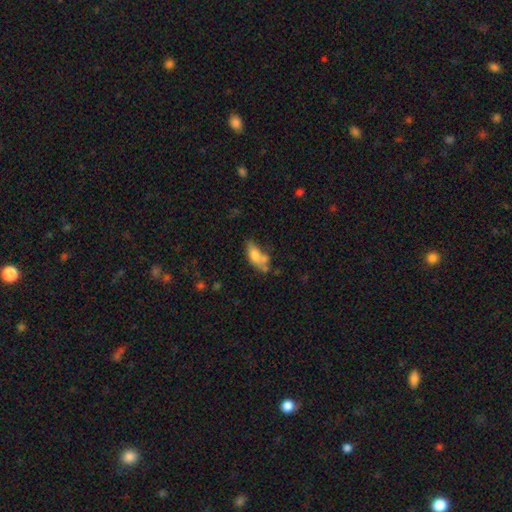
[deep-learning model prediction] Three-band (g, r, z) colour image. It shows a smooth galaxy with no disk features (68%) that is in between round and cigar-shaped (78%). Merging: none (36%).